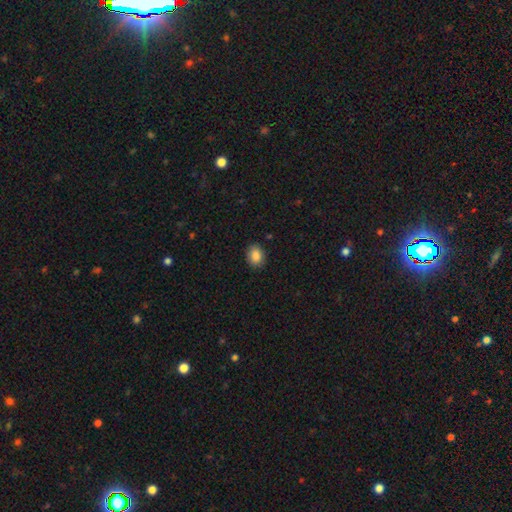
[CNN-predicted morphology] This appears to be a smooth galaxy with no disk features (87%) that is in between round and cigar-shaped (61%). Merging: none (88%).